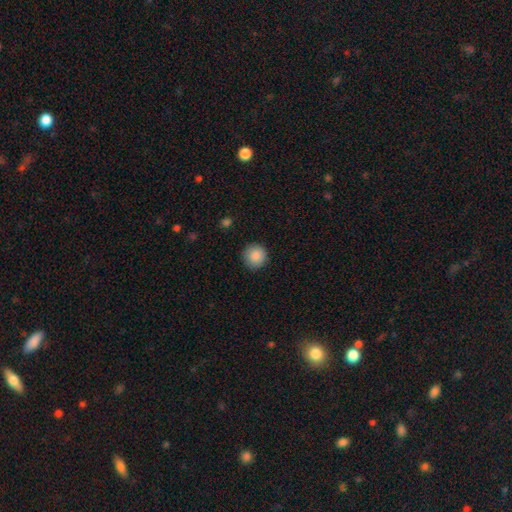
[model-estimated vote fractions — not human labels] Smooth or featured? Predicted: smooth (p=0.88). How rounded? Predicted: round (p=0.94). Merging? Predicted: none (p=0.89).